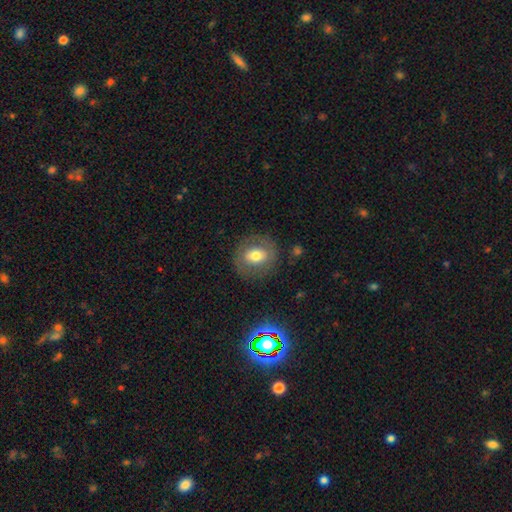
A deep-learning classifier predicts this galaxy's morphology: A smooth galaxy with no disk features (60%) that is round (74%). Merging: none (81%).